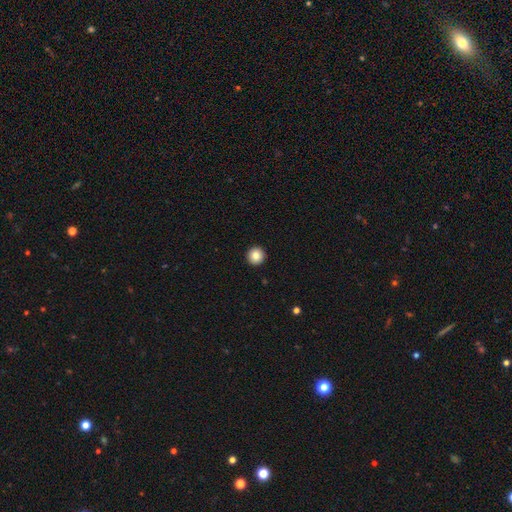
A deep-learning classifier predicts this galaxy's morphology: Q: Smooth or featured?
A: smooth (84%); runner-up: star or artifact (9%)
Q: How rounded?
A: round (96%); runner-up: in between (3%)
Q: Merging?
A: none (94%); runner-up: minor disturbance (4%)